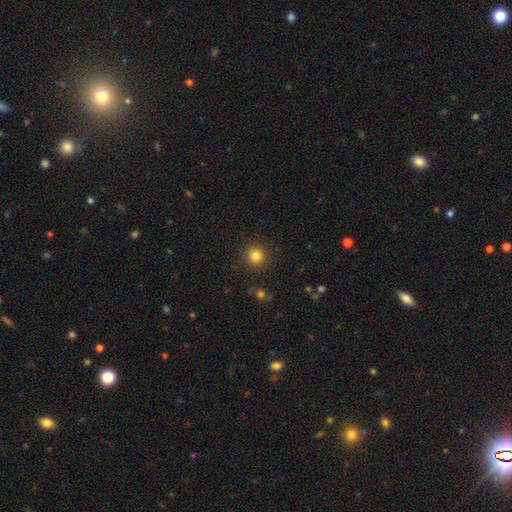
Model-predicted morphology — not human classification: smooth 82%, star or artifact 13%, featured or disk 5%. Down the decision tree: how rounded — round (93%); merging — none (91%).